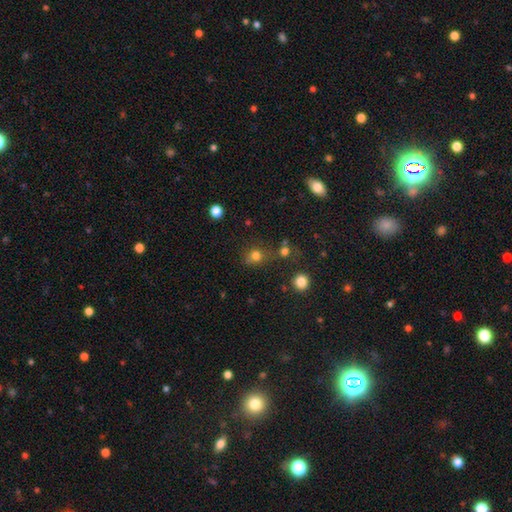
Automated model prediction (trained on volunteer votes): Q: Smooth or featured?
A: smooth (76%); runner-up: star or artifact (17%)
Q: How rounded?
A: round (84%); runner-up: in between (15%)
Q: Merging?
A: none (66%); runner-up: merger (15%)